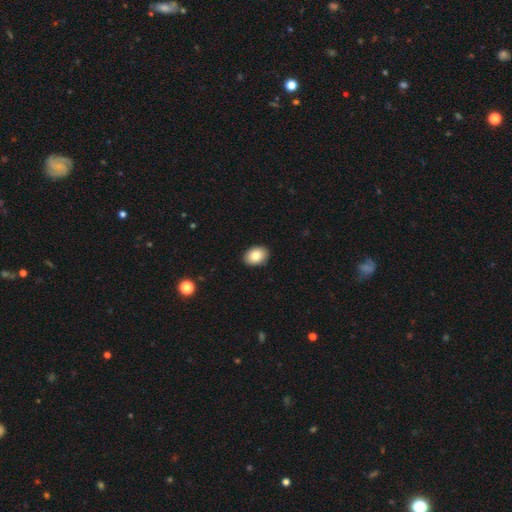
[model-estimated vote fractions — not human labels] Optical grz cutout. It shows a smooth galaxy with no disk features (82%) that is in between round and cigar-shaped (74%). Merging: none (90%).